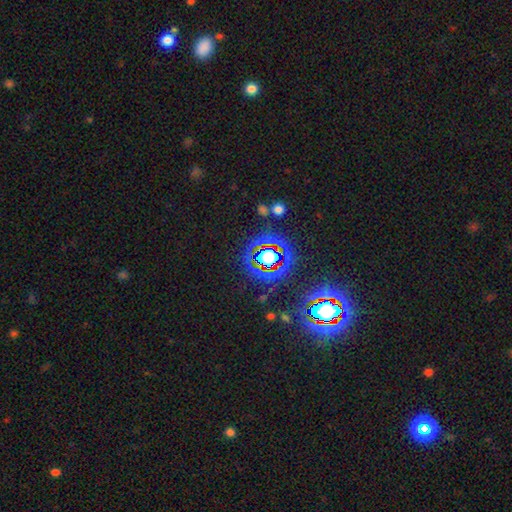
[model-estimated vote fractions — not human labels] The model was most divided on "smooth or featured": star or artifact: 81%, smooth: 11%, featured or disk: 8%.